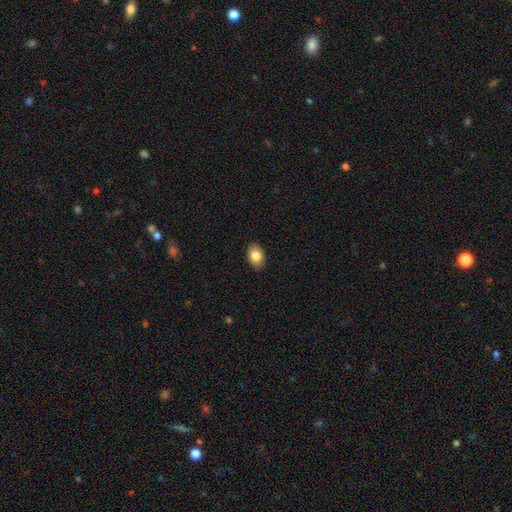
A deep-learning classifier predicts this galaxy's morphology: Overall: smooth (84%). How rounded: in between (84%). Merging: none (88%).